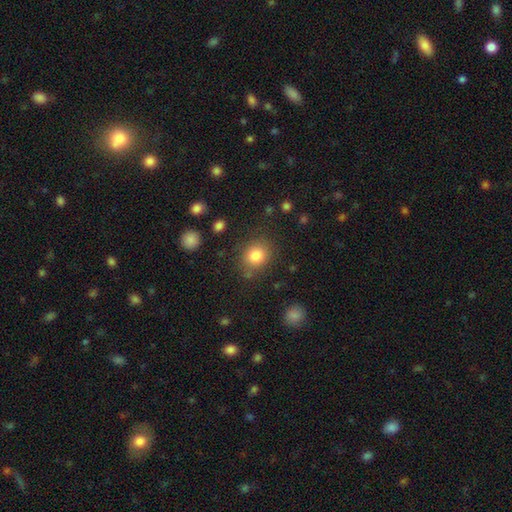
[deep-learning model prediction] smooth 82%, star or artifact 11%, featured or disk 7%. Down the decision tree: how rounded — round (73%); merging — none (80%).